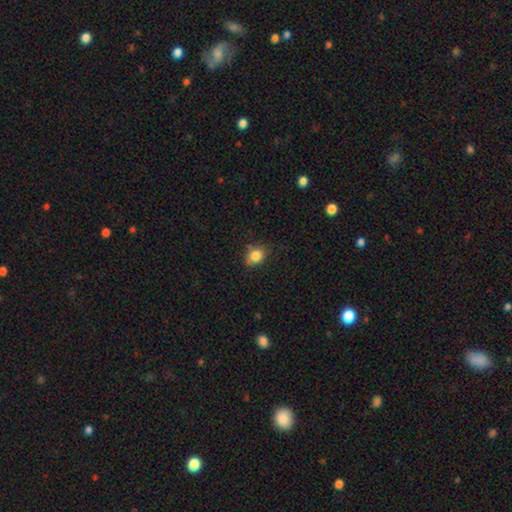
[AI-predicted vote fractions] A smooth galaxy with no disk features (83%) that is in between round and cigar-shaped (50%).

Vote fractions:
- Smooth or featured? smooth: 83% / star or artifact: 10% / featured or disk: 7%
- How rounded? in between: 50% / round: 49% / cigar-shaped: 1%
- Merging? none: 69% / minor disturbance: 23% / major disturbance: 4% / merger: 3%